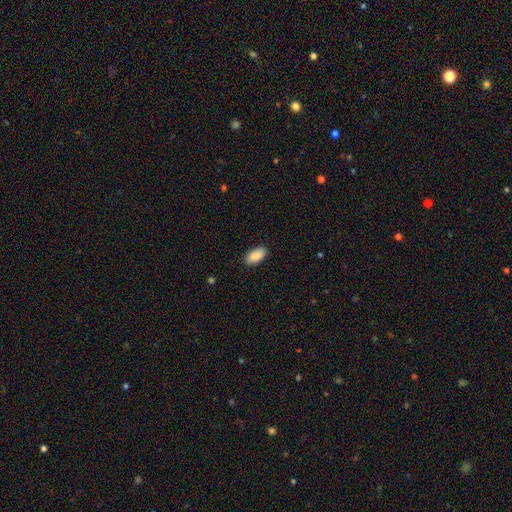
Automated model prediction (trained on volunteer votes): This is clearly a smooth galaxy (90%). How rounded: clearly in between (93%). Merging: clearly none (87%).